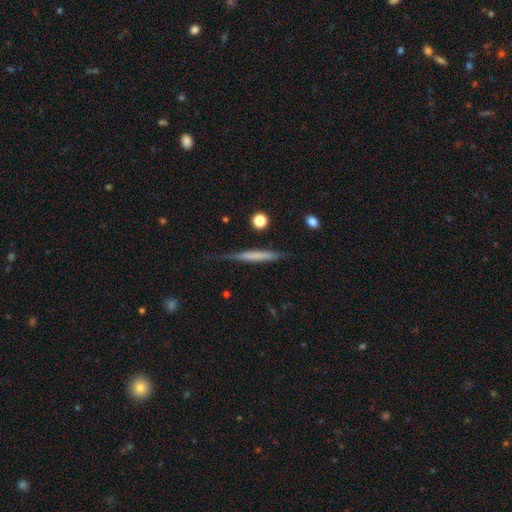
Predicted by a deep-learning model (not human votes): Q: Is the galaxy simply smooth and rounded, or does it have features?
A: smooth — 52%.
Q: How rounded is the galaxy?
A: cigar-shaped — 94%.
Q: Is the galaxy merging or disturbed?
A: none — 70%.